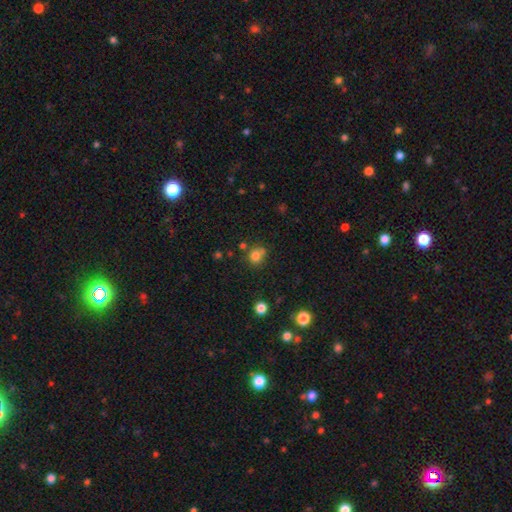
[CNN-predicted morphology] Smooth or featured? smooth (78%)
How rounded? round (72%)
Merging? none (55%)